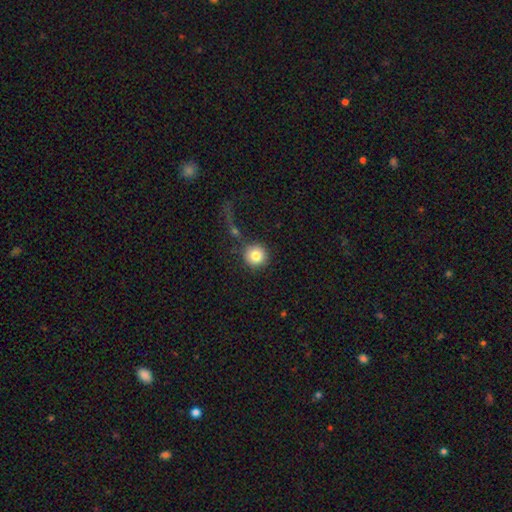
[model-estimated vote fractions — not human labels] The model was most divided on "merging": none: 72%, merger: 10%, minor disturbance: 9%, major disturbance: 9%. More confident: how rounded — round (95%); smooth or featured — smooth (83%).